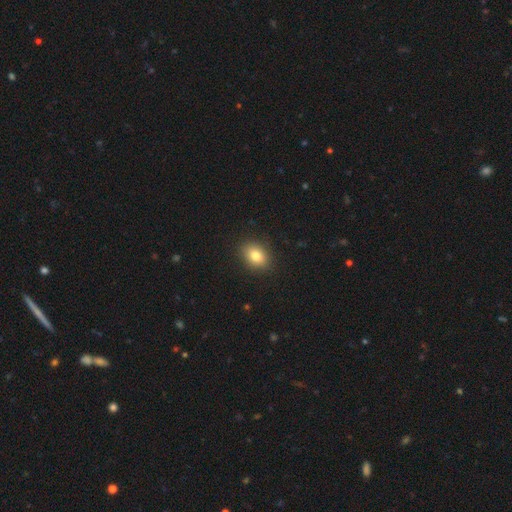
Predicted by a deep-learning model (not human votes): smooth 81%, star or artifact 10%, featured or disk 9%. Down the decision tree: how rounded — in between (68%); merging — none (89%).